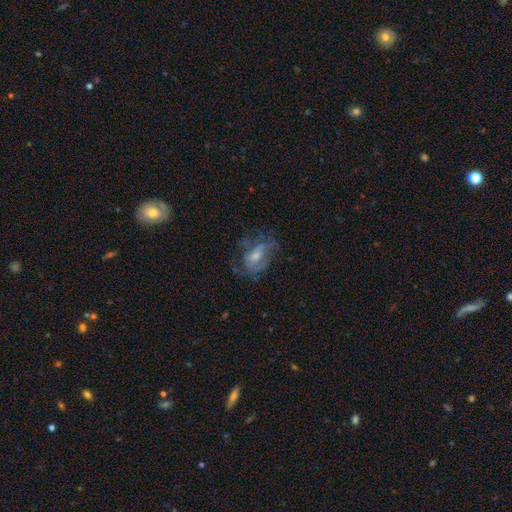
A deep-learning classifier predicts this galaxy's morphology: Smooth or featured?
  - featured or disk: 61% *
  - smooth: 29%
  - star or artifact: 10%
Edge-on disk?
  - no: 96% *
  - yes: 4%
Bar?
  - no: 53% *
  - weak: 38%
  - strong: 9%
Spiral arms?
  - yes: 62% *
  - no: 38%
Bulge size?
  - moderate: 45% *
  - small: 40%
  - none: 9%
  - large: 6%
  - dominant: 1%
Merging?
  - none: 47% *
  - major disturbance: 28%
  - minor disturbance: 23%
  - merger: 2%